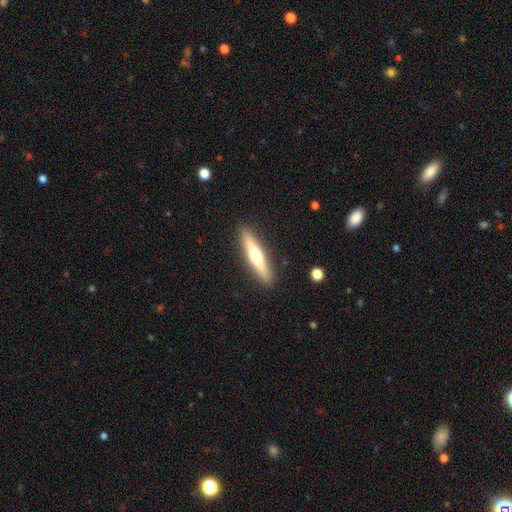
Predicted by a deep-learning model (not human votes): Smooth or featured? Predicted: featured or disk (p=0.56). Edge-on disk? Predicted: yes (p=0.95). Edge-on bulge? Predicted: rounded (p=0.93). Merging? Predicted: none (p=0.91).